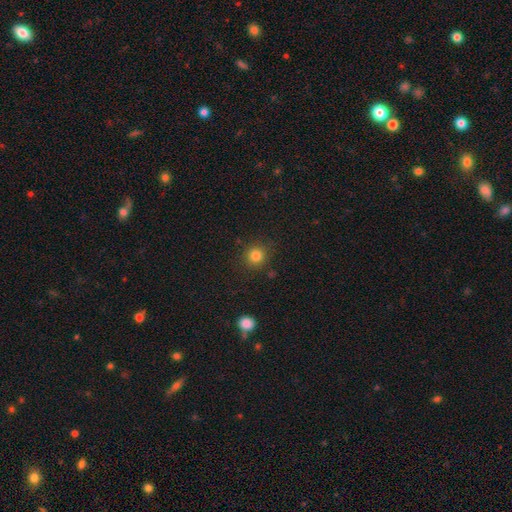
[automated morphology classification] Smooth or featured? smooth (82%)
How rounded? round (91%)
Merging? none (87%)